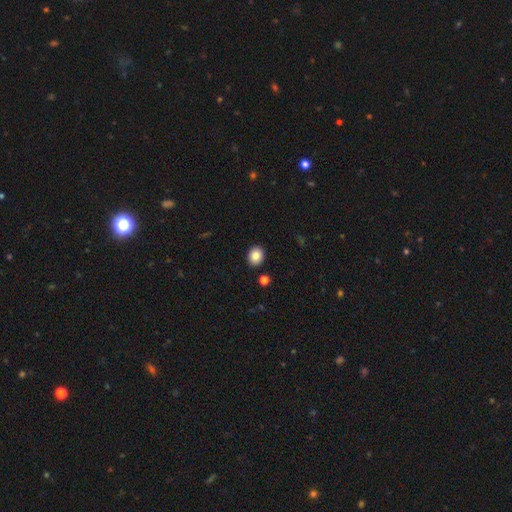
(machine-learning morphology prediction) Smooth or featured? Predicted: smooth (p=0.86). How rounded? Predicted: round (p=0.63). Merging? Predicted: none (p=0.90).